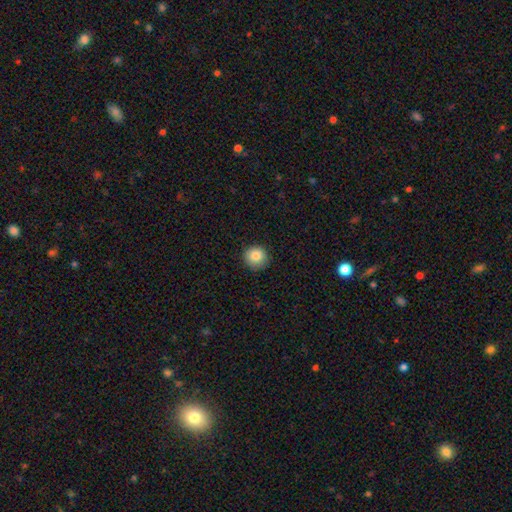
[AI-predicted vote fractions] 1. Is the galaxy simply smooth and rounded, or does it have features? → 86% smooth, 9% star or artifact, 5% featured or disk.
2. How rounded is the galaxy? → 94% round, 5% in between, 1% cigar-shaped.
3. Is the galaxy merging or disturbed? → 89% none, 8% minor disturbance, 2% major disturbance, 1% merger.